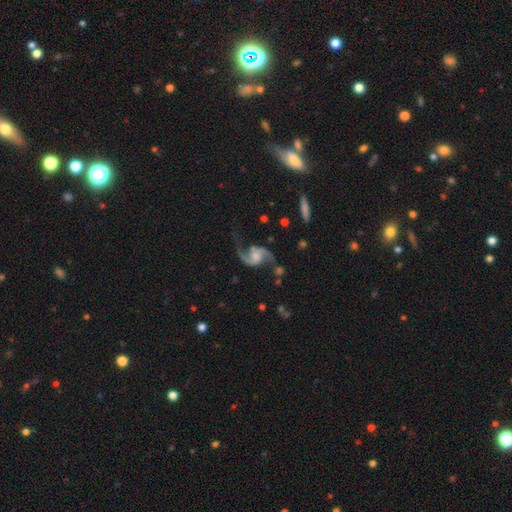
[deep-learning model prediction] Morphology: type=featured or disk (92%); edge-on=no (98%); bar=no (53%); spiral arms=yes (98%); winding=loose (68%); arm count=2 (94%); bulge=none (32%); merging=none (69%).